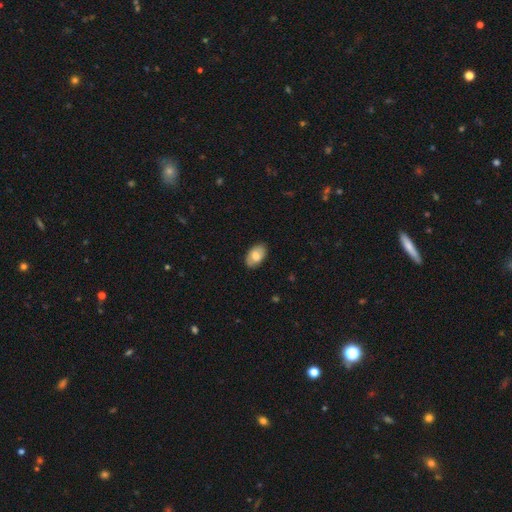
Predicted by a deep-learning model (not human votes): A smooth galaxy with no disk features (71%) that is in between round and cigar-shaped (93%). Merging: none (85%).